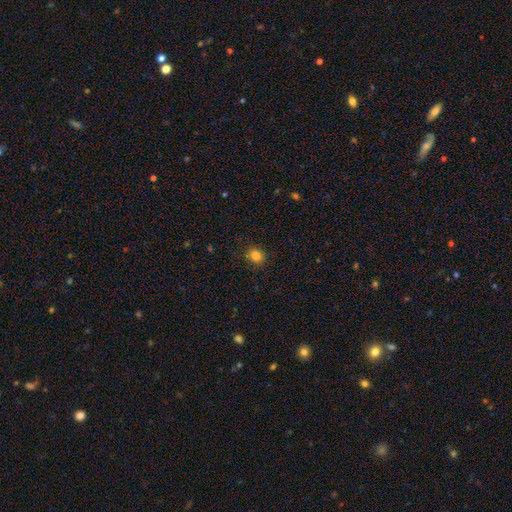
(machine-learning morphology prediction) type=smooth (82%); roundness=round (77%); merging=none (88%).